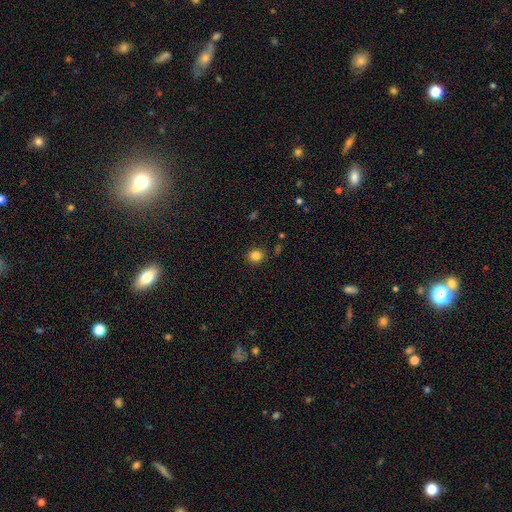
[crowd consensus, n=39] Smooth or featured? smooth (95%)
How rounded? round (84%)
Merging? none (86%)